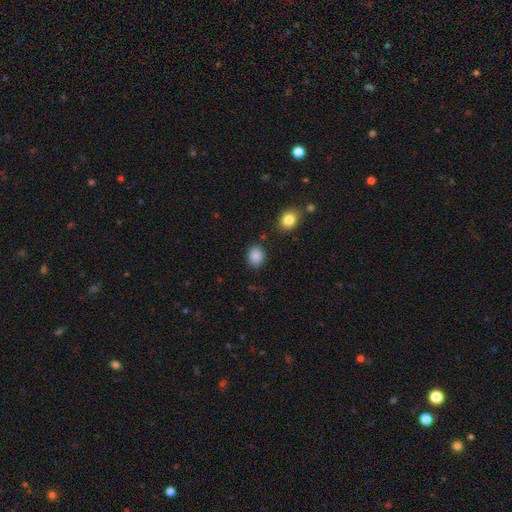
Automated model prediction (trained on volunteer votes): Smooth or featured?
  - smooth: 88% *
  - star or artifact: 9%
  - featured or disk: 3%
How rounded?
  - round: 58% *
  - in between: 41%
  - cigar-shaped: 1%
Merging?
  - none: 83% *
  - minor disturbance: 11%
  - major disturbance: 3%
  - merger: 3%